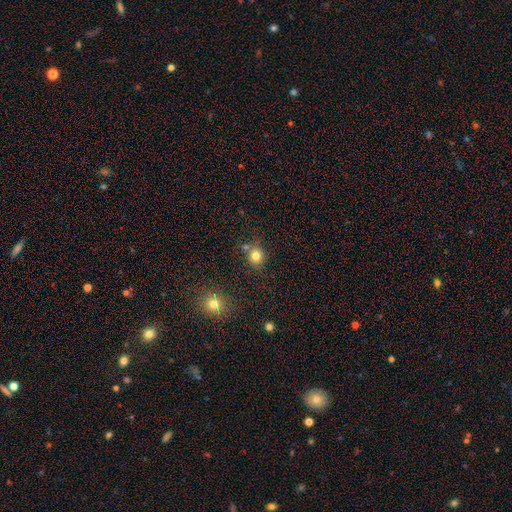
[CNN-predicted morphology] Smooth or featured: smooth — 79% (star or artifact — 14%)
How rounded: round — 86% (in between — 13%)
Merging: none — 73% (merger — 12%)